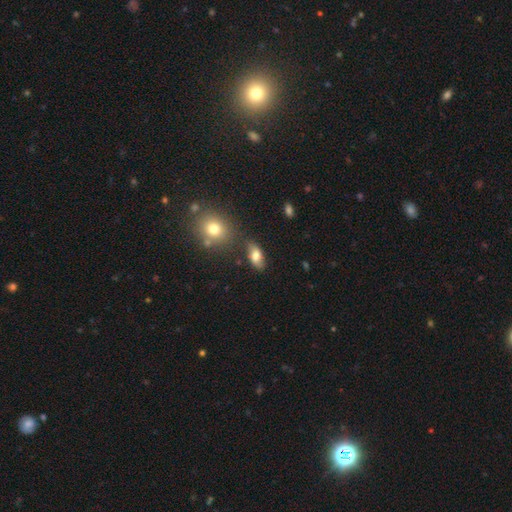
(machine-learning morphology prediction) smooth 69%, featured or disk 22%, star or artifact 9%. Down the decision tree: how rounded — in between (86%); merging — none (72%).